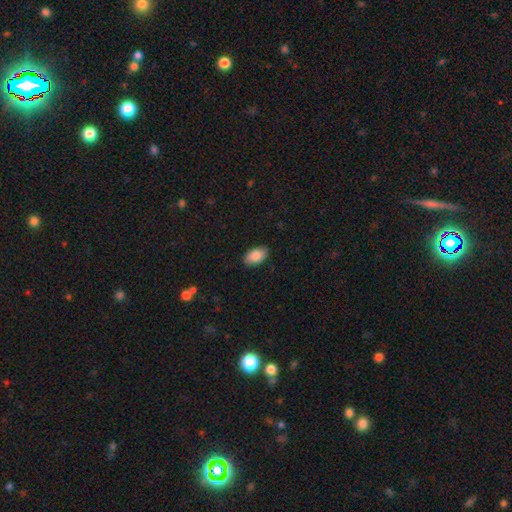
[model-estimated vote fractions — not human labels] The model was most divided on "merging": none: 88%, minor disturbance: 9%, major disturbance: 2%, merger: 1%. More confident: how rounded — in between (94%); smooth or featured — smooth (88%).